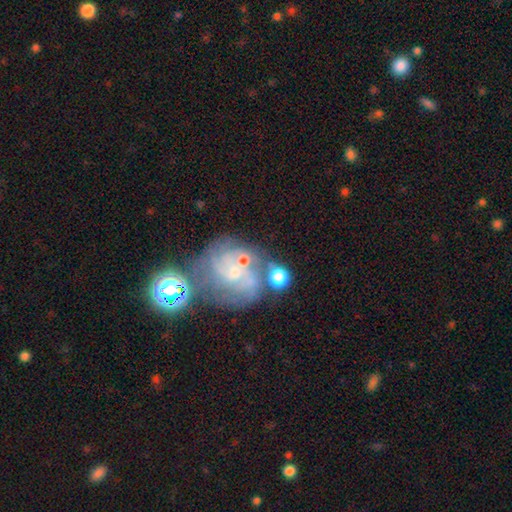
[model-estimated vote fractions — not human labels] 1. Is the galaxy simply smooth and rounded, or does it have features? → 64% featured or disk, 21% star or artifact, 16% smooth.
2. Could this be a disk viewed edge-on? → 97% no, 3% yes.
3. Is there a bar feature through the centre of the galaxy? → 59% no, 32% weak, 10% strong.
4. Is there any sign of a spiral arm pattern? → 84% yes, 16% no.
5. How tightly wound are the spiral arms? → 46% tight, 39% medium, 15% loose.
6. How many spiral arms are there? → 36% can't tell, 30% 2, 16% 3, 7% 4, 6% 1, 6% more than 4.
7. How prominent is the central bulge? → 73% small, 19% moderate, 4% none, 2% large, 1% dominant.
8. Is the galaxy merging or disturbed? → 54% none, 18% merger, 16% minor disturbance, 12% major disturbance.